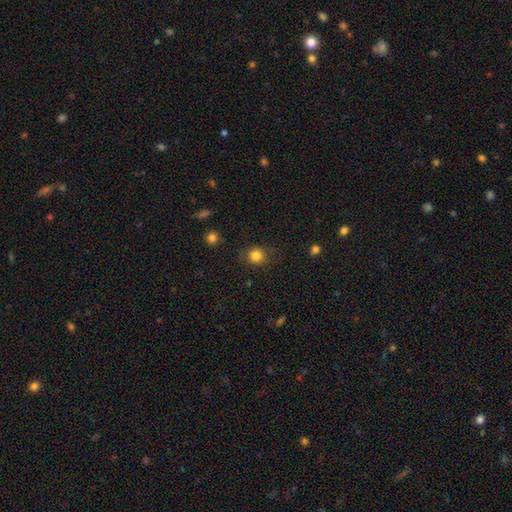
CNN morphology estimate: The model was most divided on "smooth or featured": smooth: 83%, star or artifact: 11%, featured or disk: 5%. More confident: how rounded — round (87%); merging — none (83%).